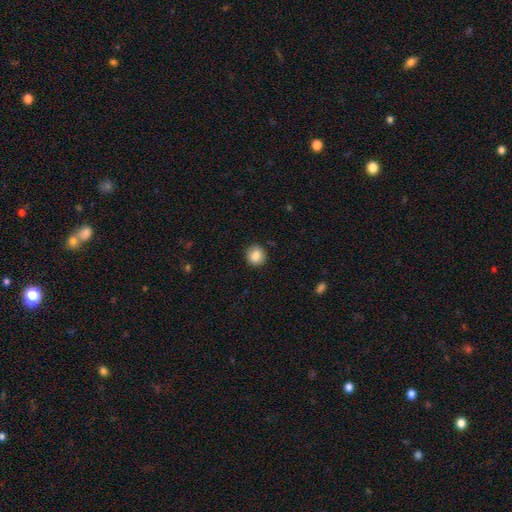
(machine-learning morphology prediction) This is clearly a smooth galaxy (86%). How rounded: clearly round (89%). Merging: clearly none (90%).